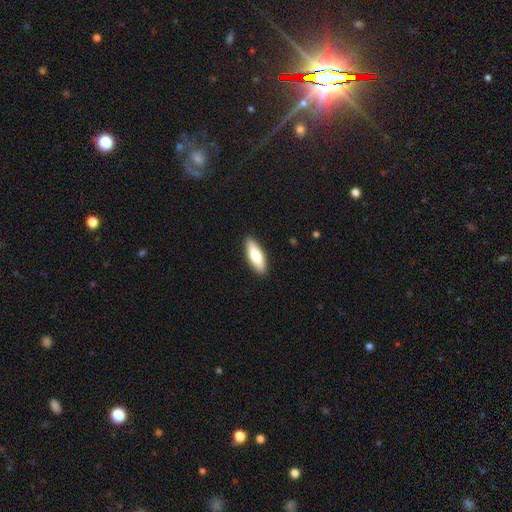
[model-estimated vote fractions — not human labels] Smooth or featured? smooth (71%)
How rounded? in between (53%)
Merging? none (90%)